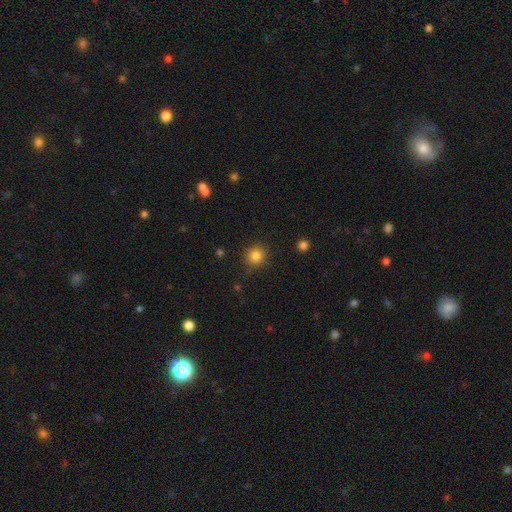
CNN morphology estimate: This is clearly a smooth galaxy (83%). How rounded: clearly round (90%). Merging: clearly none (86%).